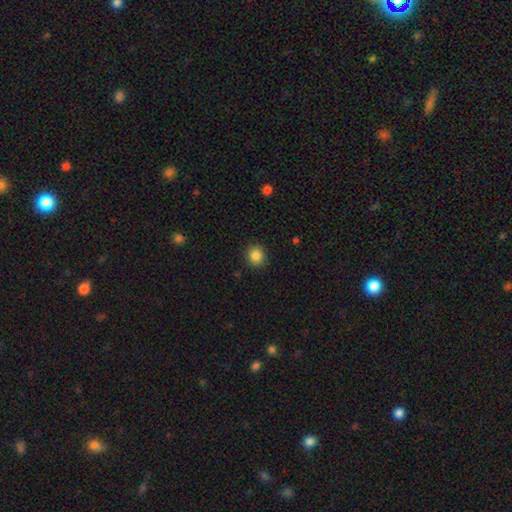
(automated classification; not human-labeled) Smooth or featured: smooth — 85% (star or artifact — 10%)
How rounded: round — 90% (in between — 9%)
Merging: none — 91% (minor disturbance — 6%)